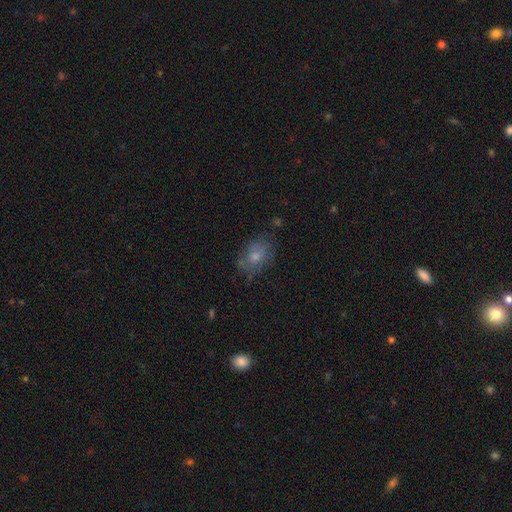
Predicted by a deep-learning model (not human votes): The model was most divided on "smooth or featured": smooth: 61%, featured or disk: 29%, star or artifact: 10%. More confident: how rounded — in between (74%); merging — none (61%).